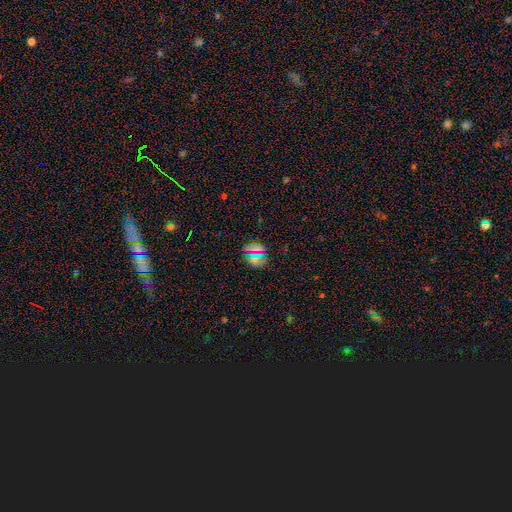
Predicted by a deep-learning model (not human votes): Q: Smooth or featured?
A: smooth (60%); runner-up: star or artifact (29%)
Q: How rounded?
A: round (58%); runner-up: in between (39%)
Q: Merging?
A: none (79%); runner-up: minor disturbance (12%)